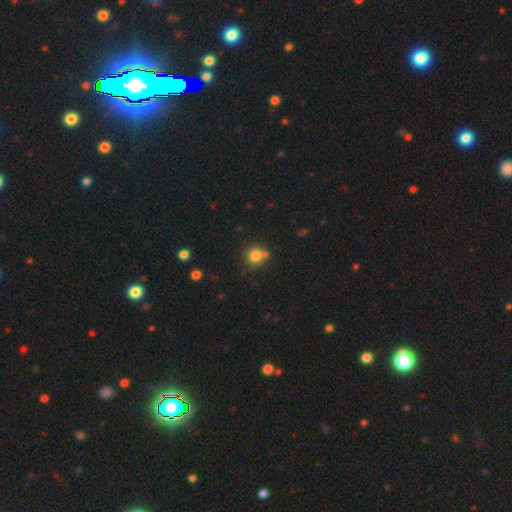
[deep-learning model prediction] A smooth galaxy with no disk features (80%) that is round (90%).

Vote fractions:
- Smooth or featured? smooth: 80% / star or artifact: 12% / featured or disk: 8%
- How rounded? round: 90% / in between: 9% / cigar-shaped: 1%
- Merging? none: 65% / merger: 20% / minor disturbance: 11% / major disturbance: 3%